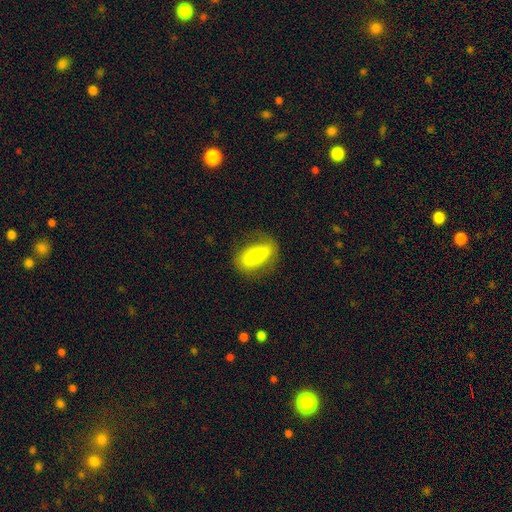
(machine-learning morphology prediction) This is possibly a smooth galaxy (59%). How rounded: clearly in between (84%). Merging: likely none (74%).